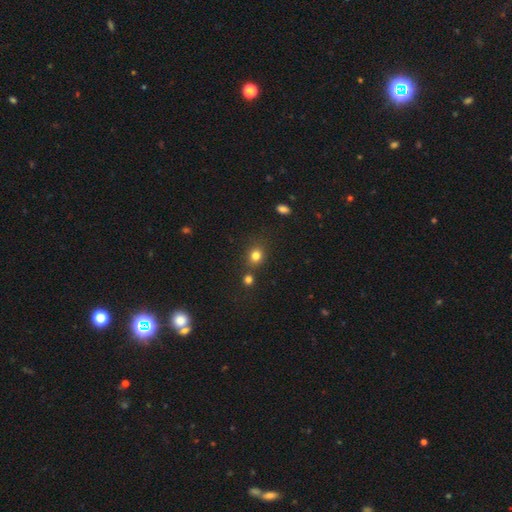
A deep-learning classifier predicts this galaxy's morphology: smooth 80%, star or artifact 14%, featured or disk 6%. Down the decision tree: how rounded — round (76%); merging — none (72%).